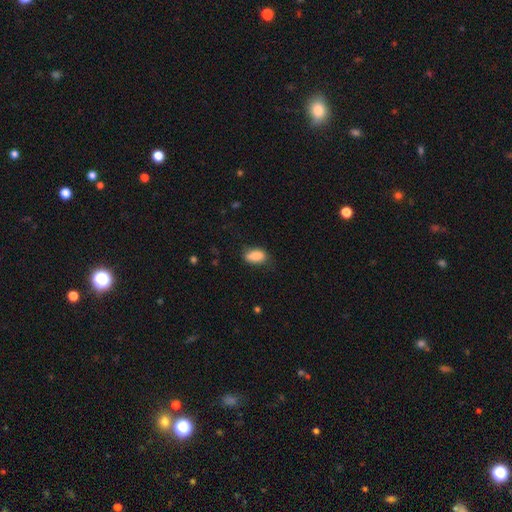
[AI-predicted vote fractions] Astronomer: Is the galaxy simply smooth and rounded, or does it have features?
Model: smooth — 84%.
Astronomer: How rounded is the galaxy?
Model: in between — 88%.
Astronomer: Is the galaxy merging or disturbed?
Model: none — 72%.